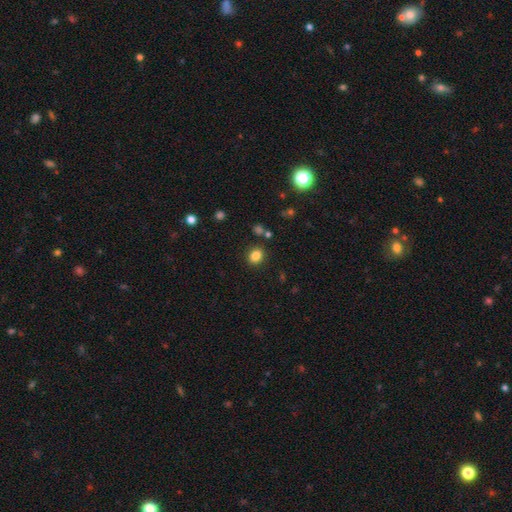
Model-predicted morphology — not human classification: type=smooth (83%); roundness=round (53%); merging=none (86%).